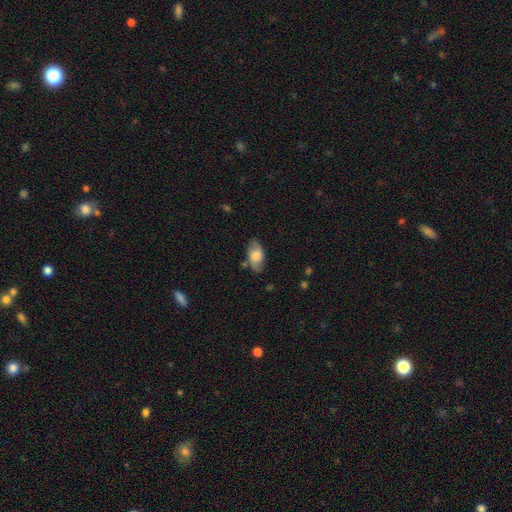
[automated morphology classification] Smooth or featured? Predicted: smooth (p=0.62). How rounded? Predicted: in between (p=0.92). Merging? Predicted: none (p=0.75).